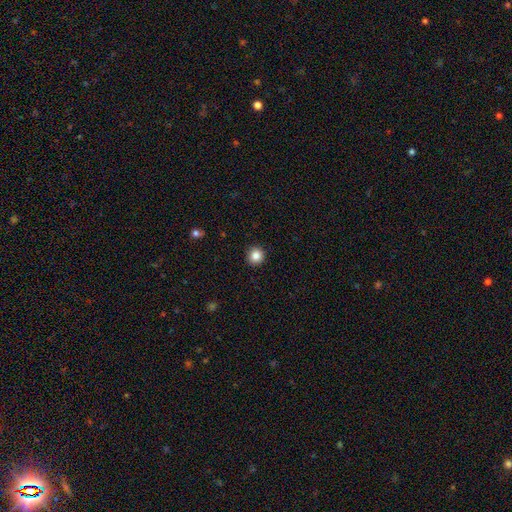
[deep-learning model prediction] smooth_or_featured: smooth (p=0.85) [alt: star or artifact p=0.10]
how_rounded: round (p=0.94) [alt: in between p=0.05]
merging: none (p=0.92) [alt: minor disturbance p=0.05]